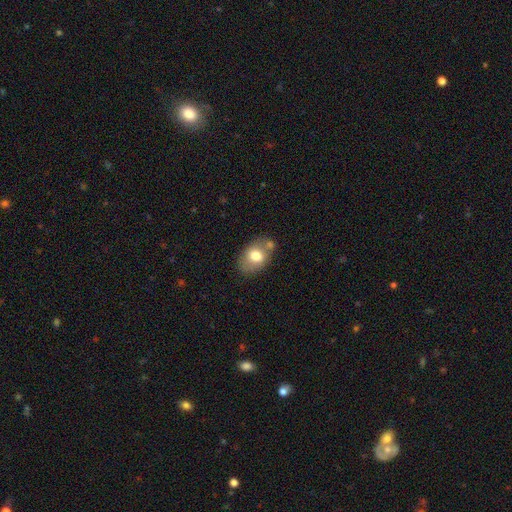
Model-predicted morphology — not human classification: smooth-or-featured: smooth: 71% | featured or disk: 21% | star or artifact: 8%
  how-rounded: in between: 77% | round: 22% | cigar-shaped: 1%
  merging: none: 60% | minor disturbance: 19% | merger: 16% | major disturbance: 5%